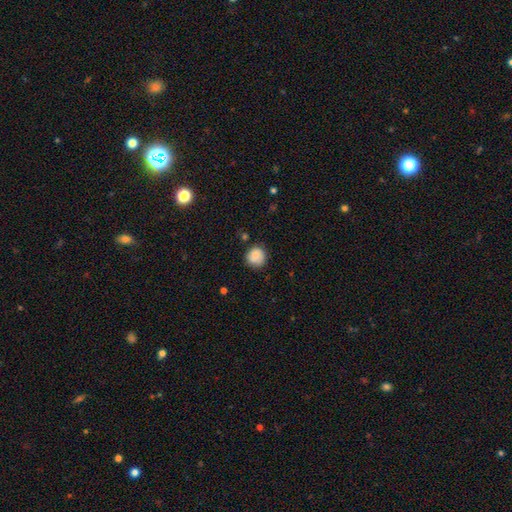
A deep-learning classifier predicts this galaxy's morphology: This appears to be a smooth galaxy with no disk features (80%) that is round (89%). Merging: none (73%).